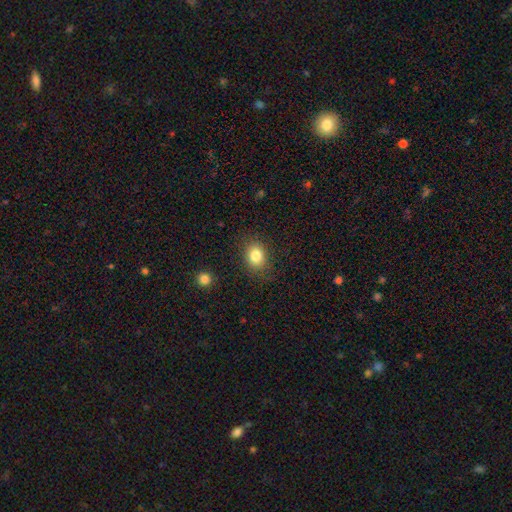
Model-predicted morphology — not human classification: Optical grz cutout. It shows a smooth galaxy with no disk features (81%) that is round (54%). Merging: none (81%).